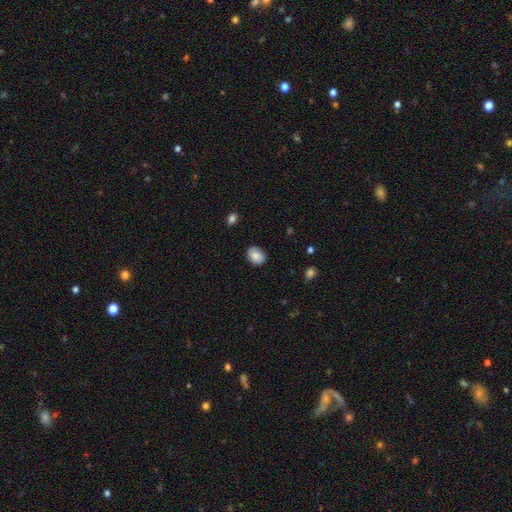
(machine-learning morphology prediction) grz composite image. It shows a smooth galaxy with no disk features (84%) that is in between round and cigar-shaped (66%). Merging: none (84%).